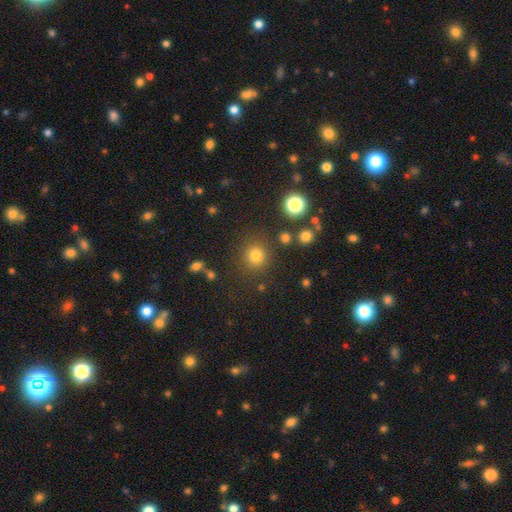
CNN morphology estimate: The model was most divided on "smooth or featured": smooth: 78%, star or artifact: 15%, featured or disk: 6%. More confident: how rounded — round (91%); merging — none (82%).